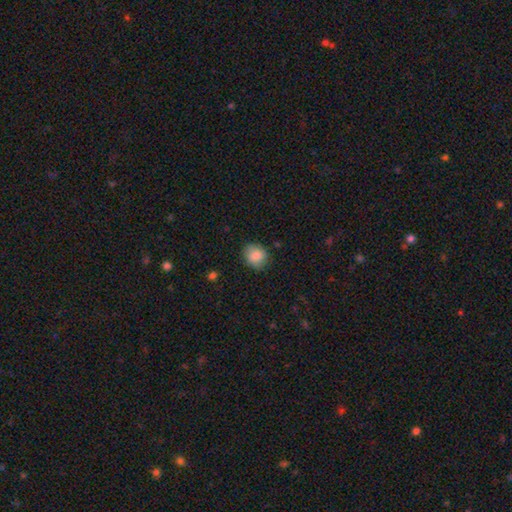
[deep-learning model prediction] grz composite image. It shows a smooth galaxy with no disk features (84%) that is round (65%). Merging: none (81%).